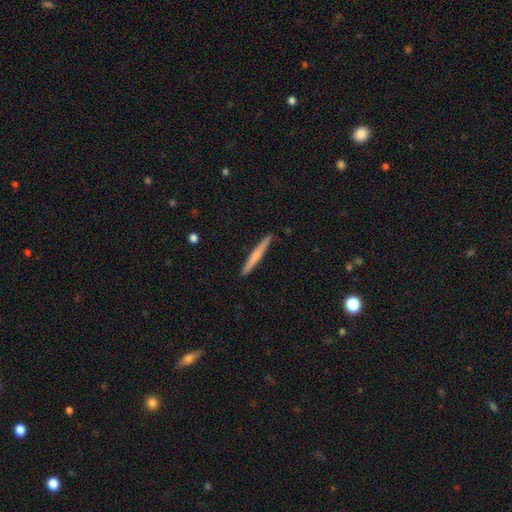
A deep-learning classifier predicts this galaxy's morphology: type=smooth (53%); roundness=cigar-shaped (96%); merging=none (91%).